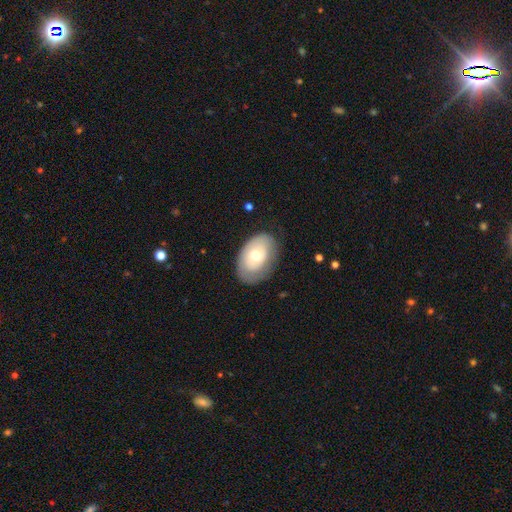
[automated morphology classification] A smooth galaxy with no disk features (56%) that is in between round and cigar-shaped (86%). Merging: none (68%).